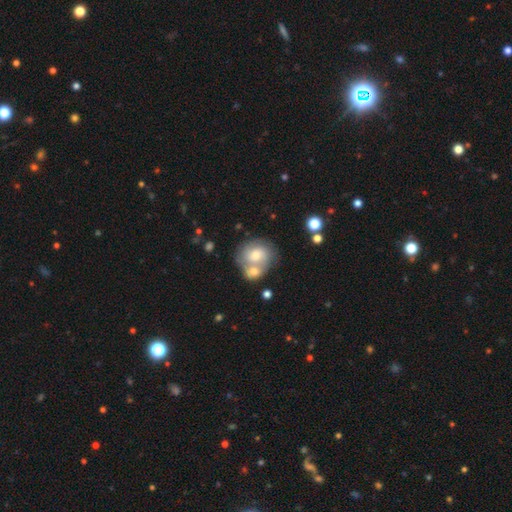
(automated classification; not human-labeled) smooth-or-featured: smooth: 60% | featured or disk: 32% | star or artifact: 7%
  how-rounded: round: 67% | in between: 32% | cigar-shaped: 1%
  merging: merger: 57% | none: 28% | minor disturbance: 10% | major disturbance: 5%